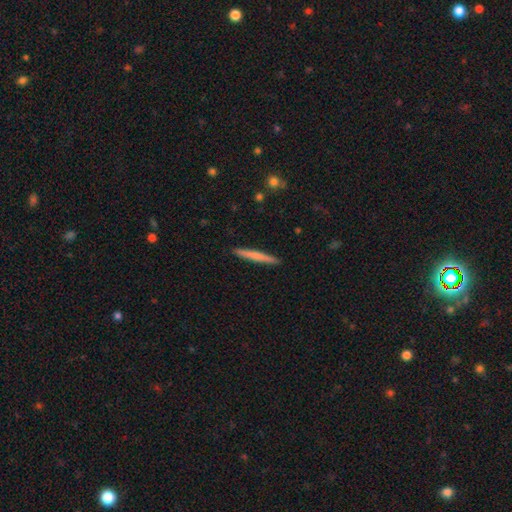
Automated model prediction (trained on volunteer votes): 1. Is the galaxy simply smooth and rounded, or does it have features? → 63% smooth, 31% featured or disk, 5% star or artifact.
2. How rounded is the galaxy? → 96% cigar-shaped, 2% in between, 1% round.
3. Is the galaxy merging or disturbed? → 92% none, 5% minor disturbance, 1% major disturbance, 1% merger.